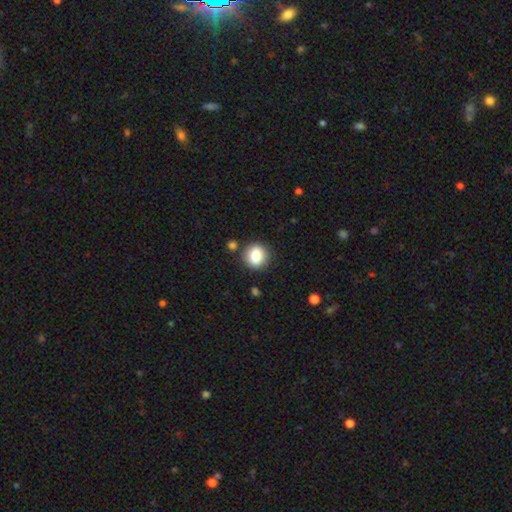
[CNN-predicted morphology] A smooth galaxy with no disk features (84%) that is round (76%).

Vote fractions:
- Smooth or featured? smooth: 84% / star or artifact: 9% / featured or disk: 7%
- How rounded? round: 76% / in between: 22% / cigar-shaped: 1%
- Merging? none: 82% / minor disturbance: 10% / merger: 5% / major disturbance: 3%